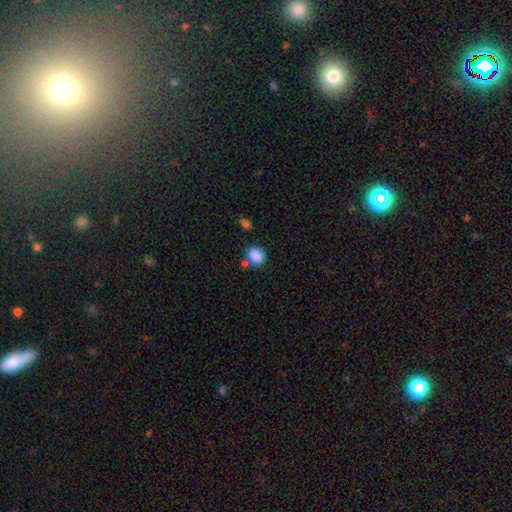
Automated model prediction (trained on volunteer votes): smooth-or-featured: smooth: 87% | star or artifact: 9% | featured or disk: 4%
  how-rounded: round: 66% | in between: 33% | cigar-shaped: 1%
  merging: none: 67% | merger: 15% | minor disturbance: 13% | major disturbance: 5%